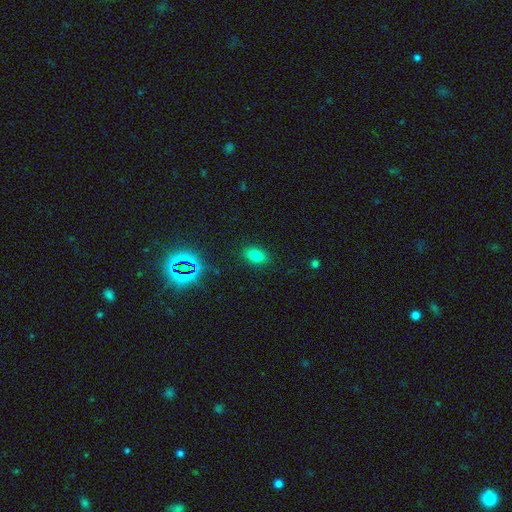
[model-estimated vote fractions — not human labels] smooth_or_featured: smooth (p=0.73) [alt: star or artifact p=0.17]
how_rounded: in between (p=0.85) [alt: round p=0.12]
merging: none (p=0.88) [alt: minor disturbance p=0.08]